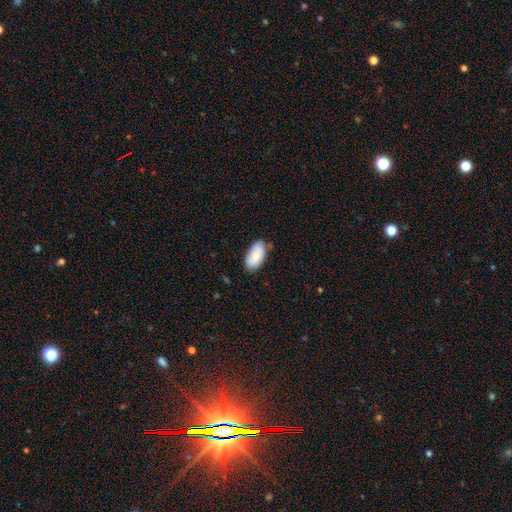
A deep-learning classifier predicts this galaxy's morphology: type=smooth (80%); roundness=in between (95%); merging=none (69%).